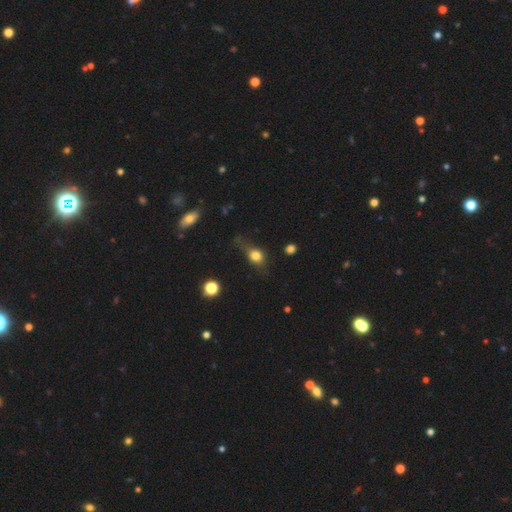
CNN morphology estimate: A smooth galaxy with no disk features (77%) that is round (51%). Merging: none (46%).